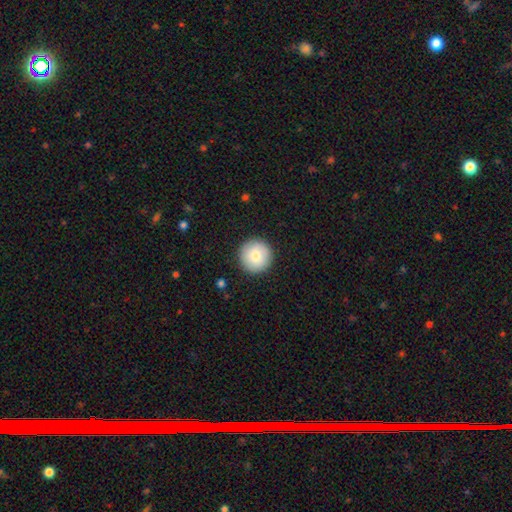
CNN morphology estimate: This is clearly a smooth galaxy (81%). How rounded: clearly round (96%). Merging: clearly none (92%).